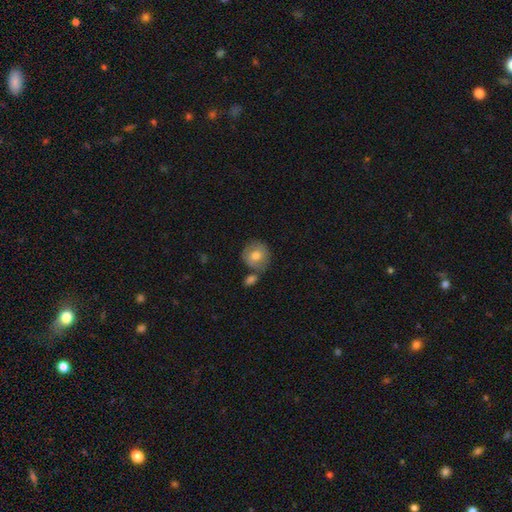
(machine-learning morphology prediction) Overall: smooth (73%). How rounded: round (88%). Merging: none (63%).